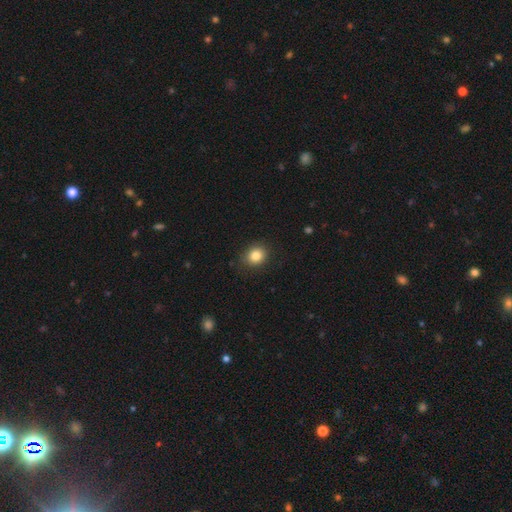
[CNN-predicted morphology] Smooth or featured: smooth — 84% (star or artifact — 10%)
How rounded: round — 64% (in between — 35%)
Merging: none — 86% (minor disturbance — 10%)